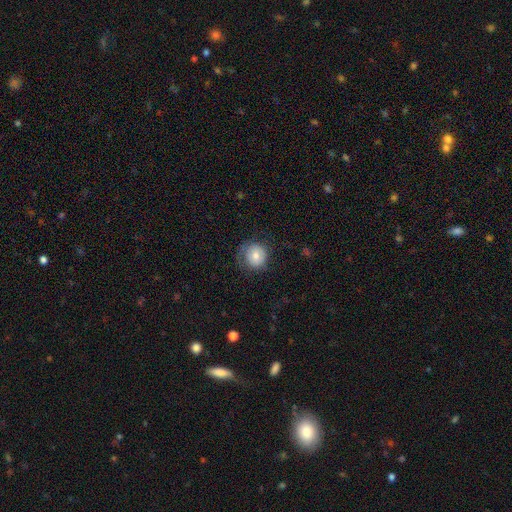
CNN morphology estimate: A smooth galaxy with no disk features (67%) that is round (89%). Merging: none (66%).